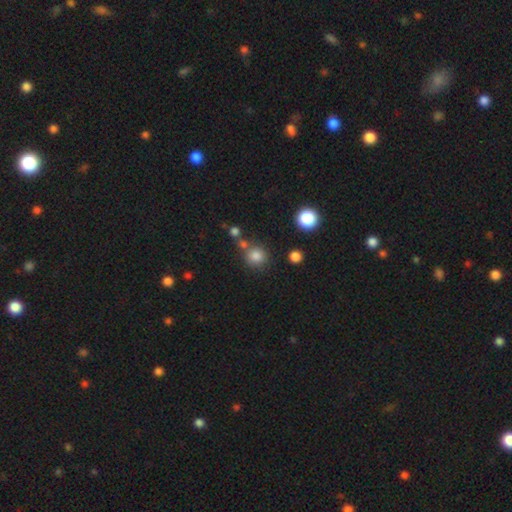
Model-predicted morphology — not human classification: Q: Smooth or featured?
A: smooth (80%); runner-up: star or artifact (14%)
Q: How rounded?
A: round (90%); runner-up: in between (9%)
Q: Merging?
A: none (70%); runner-up: merger (15%)